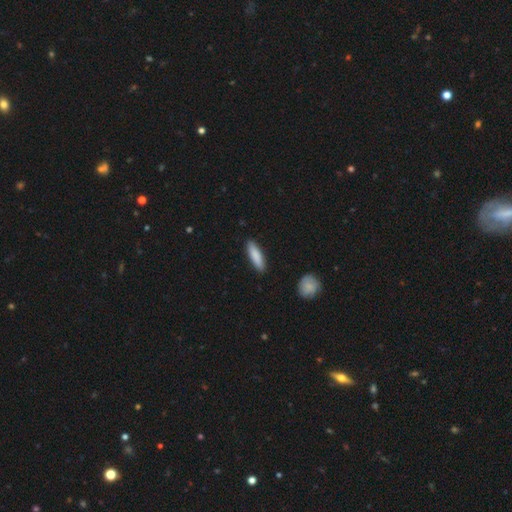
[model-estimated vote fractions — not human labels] smooth-or-featured: smooth: 86% | featured or disk: 8% | star or artifact: 5%
  how-rounded: cigar-shaped: 62% | in between: 36% | round: 2%
  merging: none: 89% | minor disturbance: 8% | major disturbance: 2% | merger: 1%